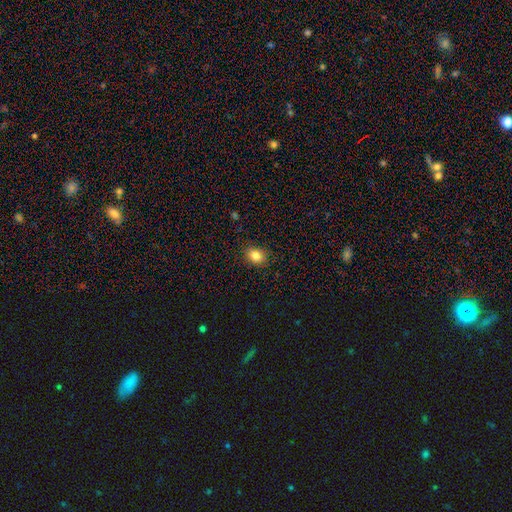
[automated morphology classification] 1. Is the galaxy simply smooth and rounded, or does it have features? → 83% smooth, 10% star or artifact, 6% featured or disk.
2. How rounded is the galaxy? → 57% in between, 42% round, 1% cigar-shaped.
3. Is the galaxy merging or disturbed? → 88% none, 9% minor disturbance, 2% major disturbance, 1% merger.